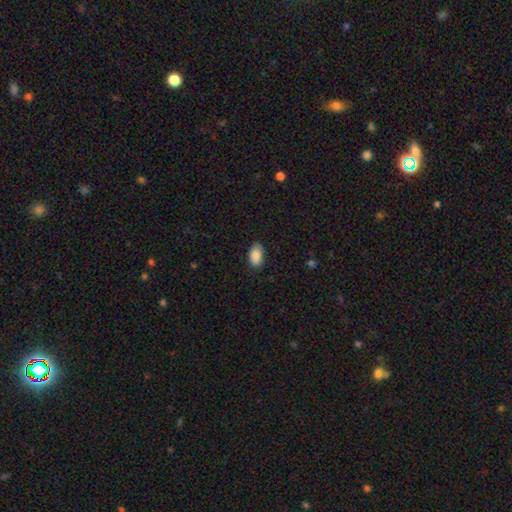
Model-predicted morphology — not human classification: smooth 89%, star or artifact 7%, featured or disk 4%. Down the decision tree: how rounded — in between (94%); merging — none (85%).